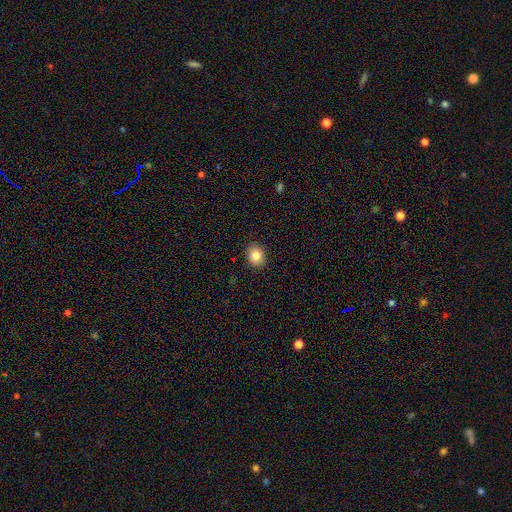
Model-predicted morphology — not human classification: type=smooth (84%); roundness=round (51%); merging=none (90%).